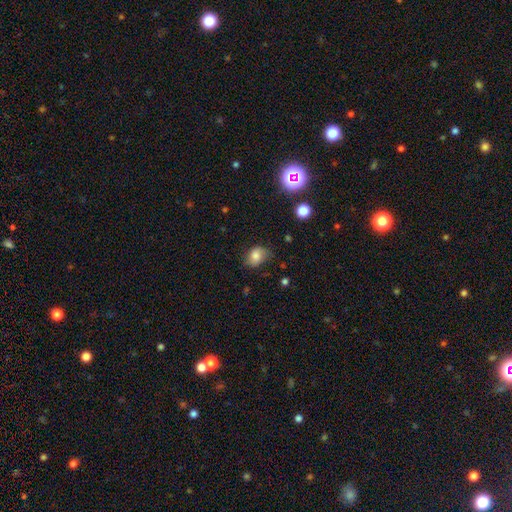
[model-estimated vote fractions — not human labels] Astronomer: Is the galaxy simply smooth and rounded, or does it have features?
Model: smooth — 76%.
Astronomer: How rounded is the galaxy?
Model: in between — 62%.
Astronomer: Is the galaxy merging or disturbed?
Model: none — 64%.